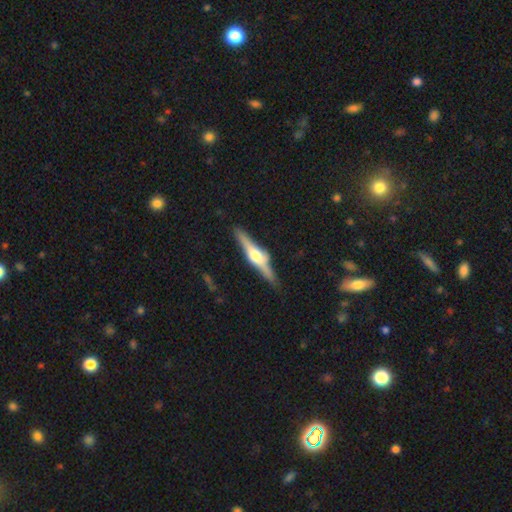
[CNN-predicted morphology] Smooth or featured: featured or disk — 77% (smooth — 18%)
Edge-on disk: yes — 97% (no — 3%)
Edge-on bulge: rounded — 88% (boxy — 9%)
Merging: none — 82% (minor disturbance — 13%)